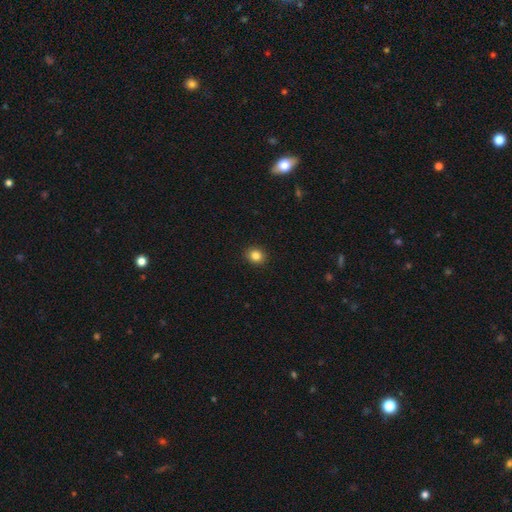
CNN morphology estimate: A smooth galaxy with no disk features (84%) that is round (73%).

Vote fractions:
- Smooth or featured? smooth: 84% / star or artifact: 11% / featured or disk: 5%
- How rounded? round: 73% / in between: 26% / cigar-shaped: 1%
- Merging? none: 92% / minor disturbance: 5% / major disturbance: 2% / merger: 1%